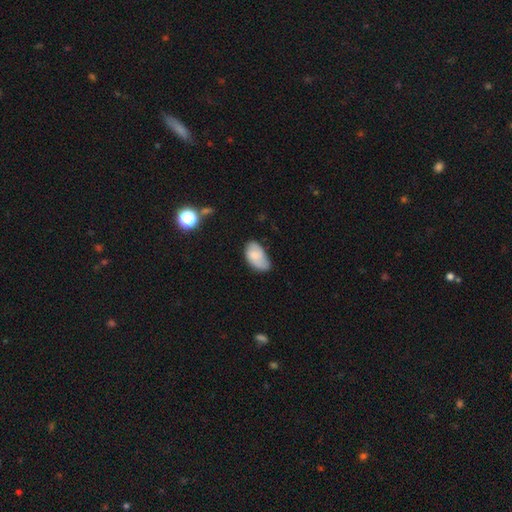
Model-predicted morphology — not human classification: A smooth galaxy with no disk features (75%) that is in between round and cigar-shaped (94%).

Vote fractions:
- Smooth or featured? smooth: 75% / featured or disk: 17% / star or artifact: 7%
- How rounded? in between: 94% / round: 4% / cigar-shaped: 2%
- Merging? none: 48% / minor disturbance: 40% / major disturbance: 9% / merger: 3%